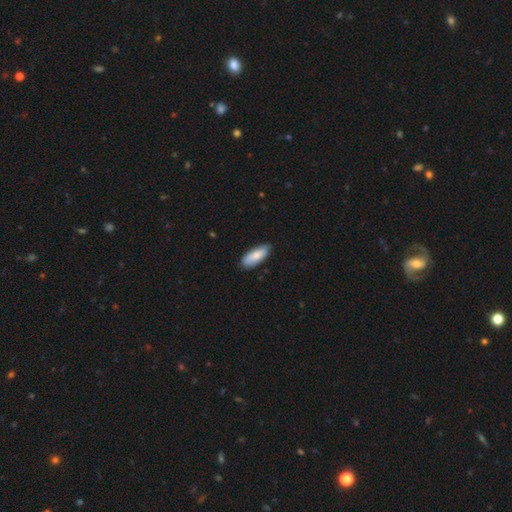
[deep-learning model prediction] Smooth or featured? smooth (81%)
How rounded? in between (75%)
Merging? none (81%)